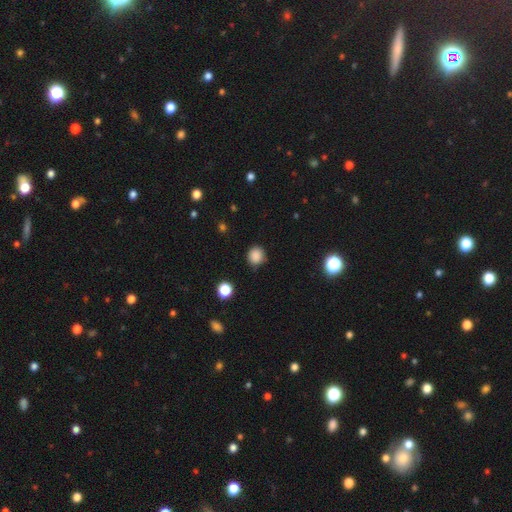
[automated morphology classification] smooth 85%, star or artifact 12%, featured or disk 3%. Down the decision tree: how rounded — round (88%); merging — none (84%).